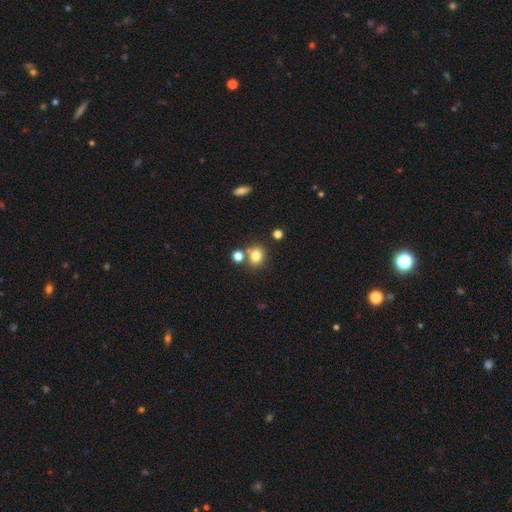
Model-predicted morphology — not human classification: The model was most divided on "how rounded": round: 71%, in between: 28%, cigar-shaped: 1%. More confident: smooth or featured — smooth (79%); merging — none (68%).